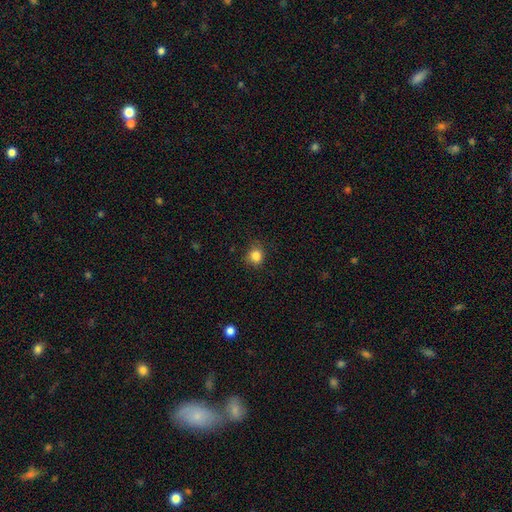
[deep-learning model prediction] smooth-or-featured: smooth: 85% | star or artifact: 11% | featured or disk: 4%
  how-rounded: round: 76% | in between: 24% | cigar-shaped: 1%
  merging: none: 79% | minor disturbance: 16% | major disturbance: 4% | merger: 1%